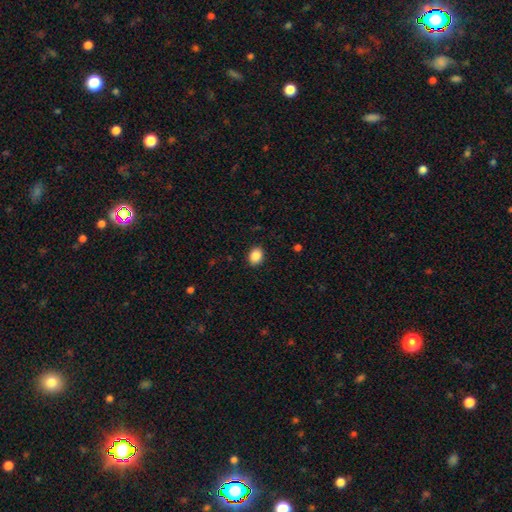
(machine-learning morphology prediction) Q: Smooth or featured?
A: smooth (88%); runner-up: star or artifact (9%)
Q: How rounded?
A: round (51%); runner-up: in between (48%)
Q: Merging?
A: none (90%); runner-up: minor disturbance (7%)